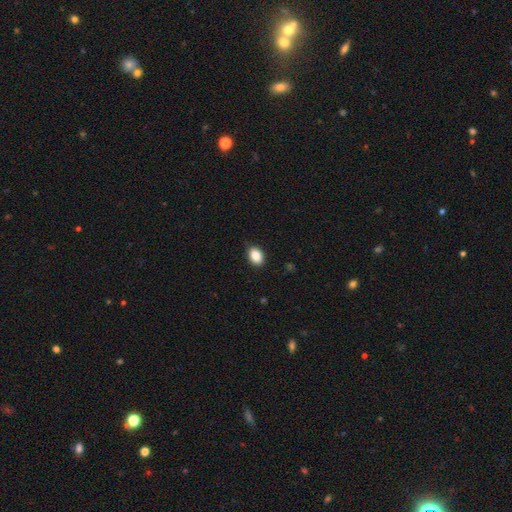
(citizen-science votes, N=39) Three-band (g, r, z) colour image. It shows a smooth galaxy with no disk features (90%) that is in between round and cigar-shaped (80%). Merging: none (89%).